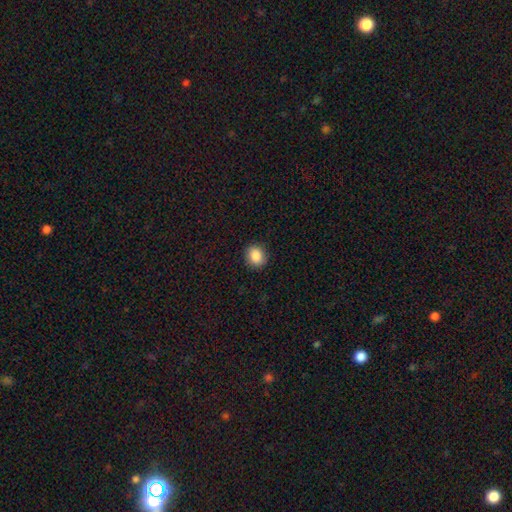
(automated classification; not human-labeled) A smooth galaxy with no disk features (88%) that is round (71%). Merging: none (90%).